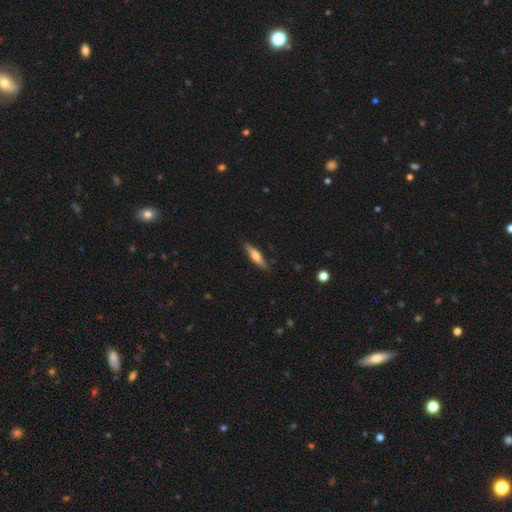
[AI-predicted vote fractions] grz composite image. It shows a smooth galaxy with no disk features (50%) that is cigar-shaped (76%). Merging: none (86%).